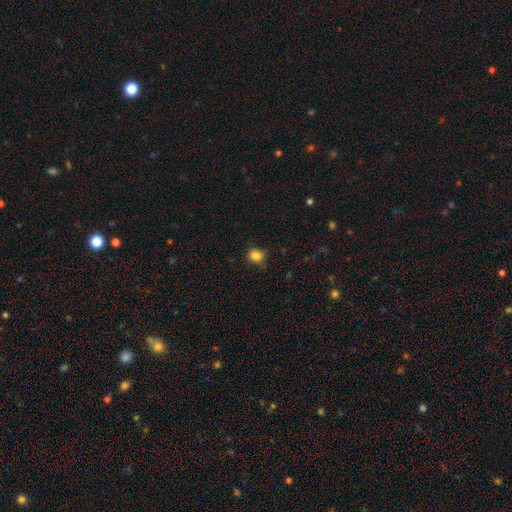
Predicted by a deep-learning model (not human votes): smooth_or_featured: smooth (p=0.85) [alt: star or artifact p=0.11]
how_rounded: round (p=0.74) [alt: in between p=0.25]
merging: none (p=0.78) [alt: minor disturbance p=0.17]